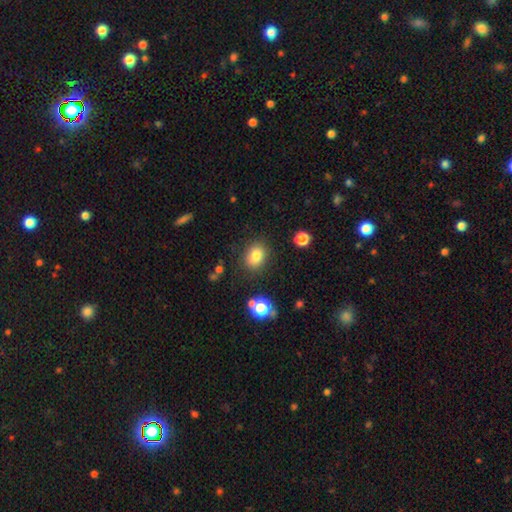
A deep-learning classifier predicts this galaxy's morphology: A smooth galaxy with no disk features (81%) that is in between round and cigar-shaped (53%). Merging: none (83%).